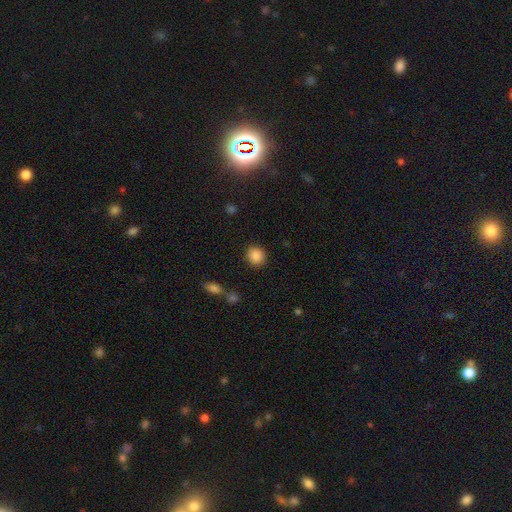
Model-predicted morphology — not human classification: smooth-or-featured: smooth: 88% | star or artifact: 9% | featured or disk: 4%
  how-rounded: round: 86% | in between: 13% | cigar-shaped: 1%
  merging: none: 88% | minor disturbance: 7% | major disturbance: 3% | merger: 2%